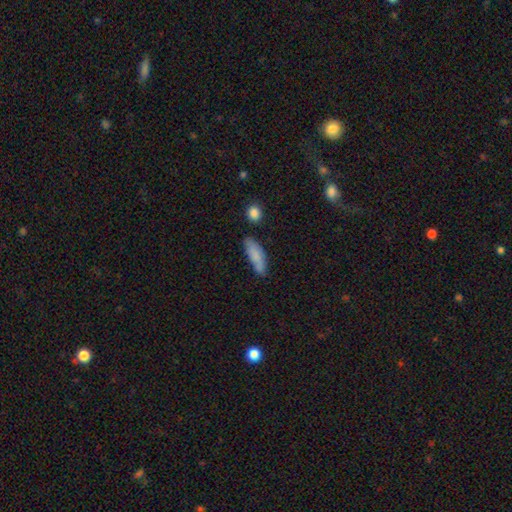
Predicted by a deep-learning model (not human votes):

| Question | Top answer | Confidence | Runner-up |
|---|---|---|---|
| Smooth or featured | smooth | 80% | featured or disk (13%) |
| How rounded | in between | 55% | cigar-shaped (43%) |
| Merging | none | 63% | minor disturbance (24%) |